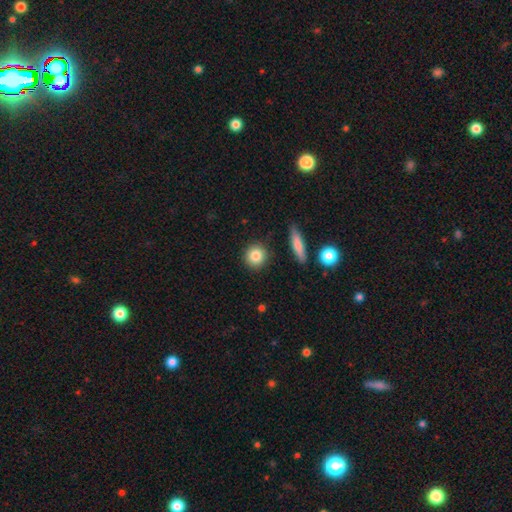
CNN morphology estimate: The model was most divided on "how rounded": round: 87%, in between: 10%, cigar-shaped: 2%. More confident: merging — none (89%); smooth or featured — smooth (85%).